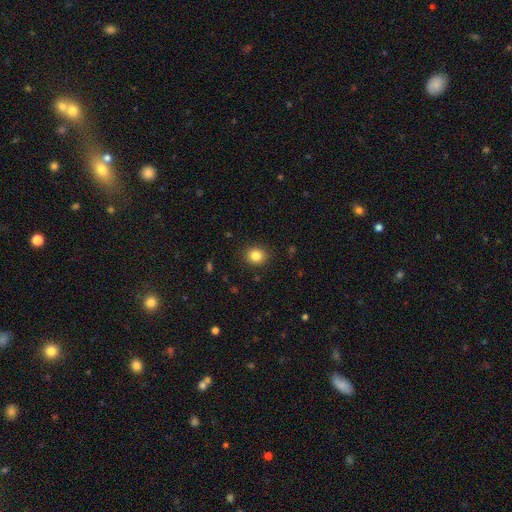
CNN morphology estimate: Q: Smooth or featured?
A: smooth (84%); runner-up: star or artifact (11%)
Q: How rounded?
A: round (77%); runner-up: in between (22%)
Q: Merging?
A: none (90%); runner-up: minor disturbance (7%)